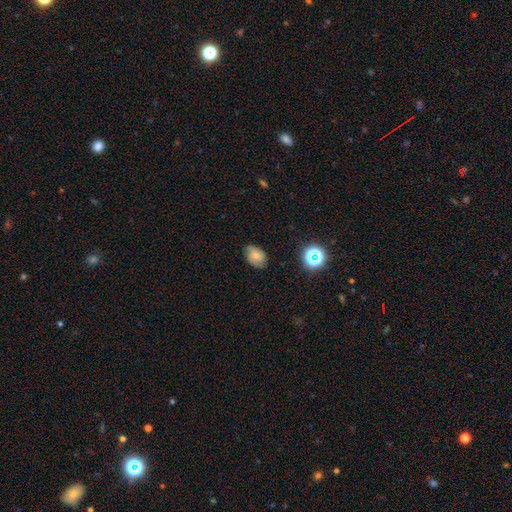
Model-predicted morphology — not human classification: A smooth galaxy with no disk features (57%) that is in between round and cigar-shaped (75%).

Vote fractions:
- Smooth or featured? smooth: 57% / featured or disk: 30% / star or artifact: 13%
- How rounded? in between: 75% / round: 24% / cigar-shaped: 1%
- Merging? none: 71% / minor disturbance: 23% / major disturbance: 5% / merger: 1%